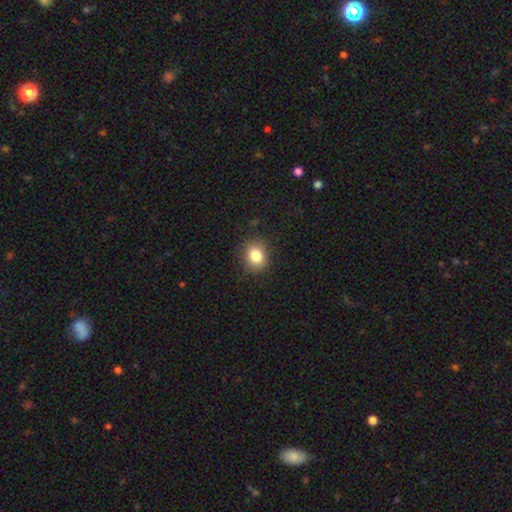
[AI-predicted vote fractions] This is clearly a smooth galaxy (83%). How rounded: likely round (65%). Merging: clearly none (86%).